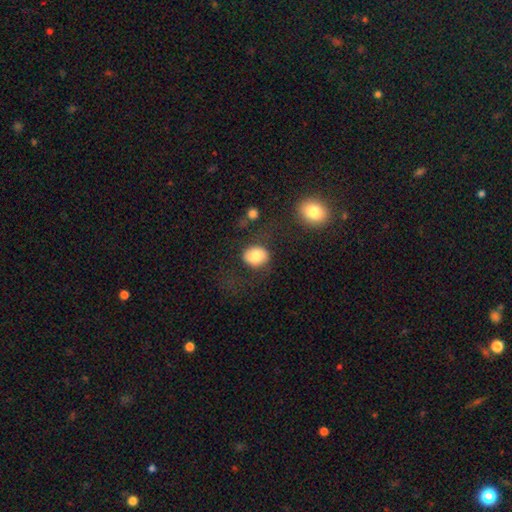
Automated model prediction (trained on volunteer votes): The model was most divided on "how rounded": round: 50%, in between: 49%, cigar-shaped: 1%. More confident: smooth or featured — smooth (79%); merging — none (65%).